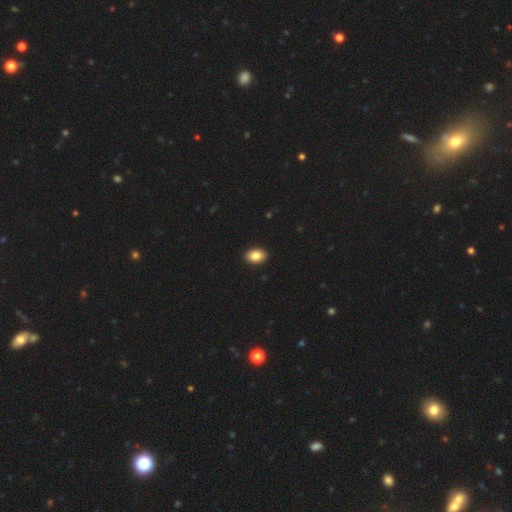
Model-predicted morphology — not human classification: smooth-or-featured: smooth: 86% | star or artifact: 8% | featured or disk: 6%
  how-rounded: in between: 83% | round: 16% | cigar-shaped: 1%
  merging: none: 92% | minor disturbance: 6% | major disturbance: 1% | merger: 1%